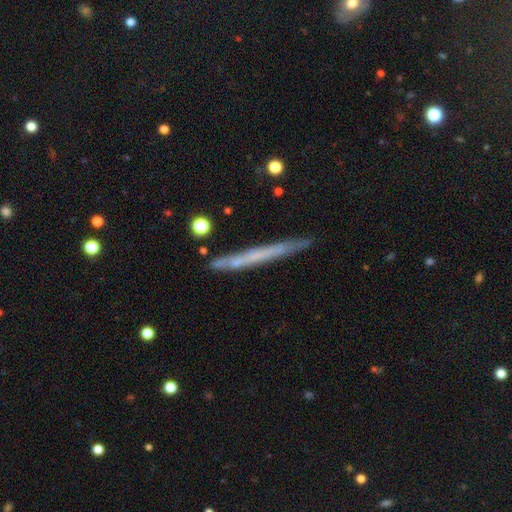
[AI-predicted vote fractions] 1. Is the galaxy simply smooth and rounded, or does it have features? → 48% featured or disk, 45% smooth, 7% star or artifact.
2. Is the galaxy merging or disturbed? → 82% none, 14% minor disturbance, 2% major disturbance, 2% merger.